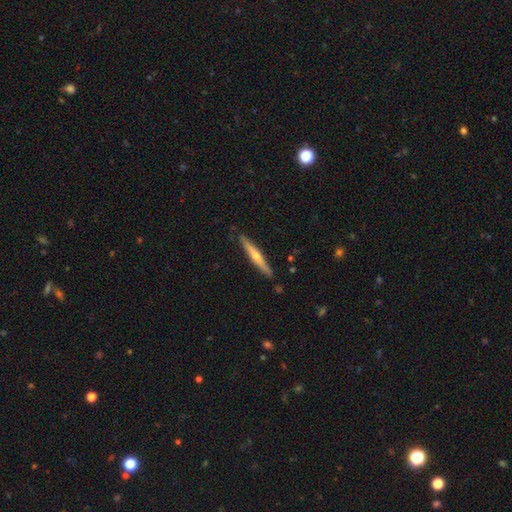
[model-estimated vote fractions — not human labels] smooth_or_featured: featured or disk (p=0.56) [alt: smooth p=0.38]
disk_edge_on: yes (p=0.96) [alt: no p=0.04]
edge_on_bulge: rounded (p=0.79) [alt: none p=0.17]
merging: none (p=0.88) [alt: minor disturbance p=0.09]